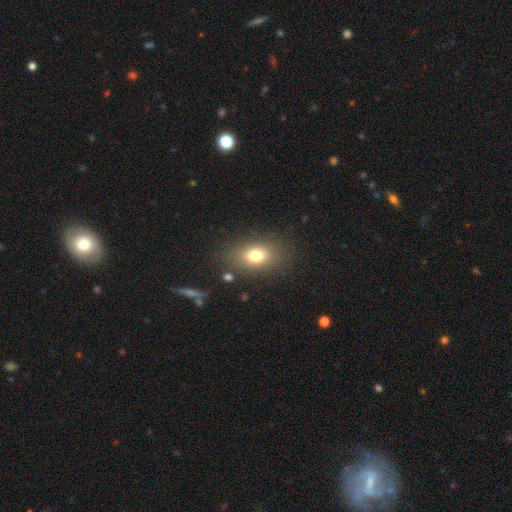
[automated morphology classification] A smooth galaxy with no disk features (77%) that is in between round and cigar-shaped (79%). Merging: none (82%).